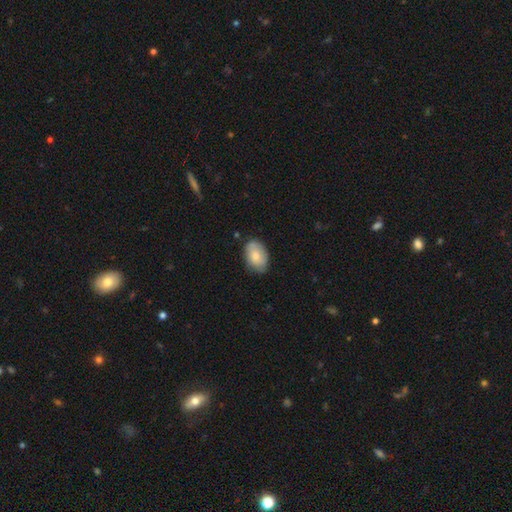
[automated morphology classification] smooth-or-featured: smooth: 76% | featured or disk: 18% | star or artifact: 6%
  how-rounded: in between: 87% | round: 12% | cigar-shaped: 1%
  merging: none: 73% | minor disturbance: 22% | major disturbance: 4% | merger: 2%